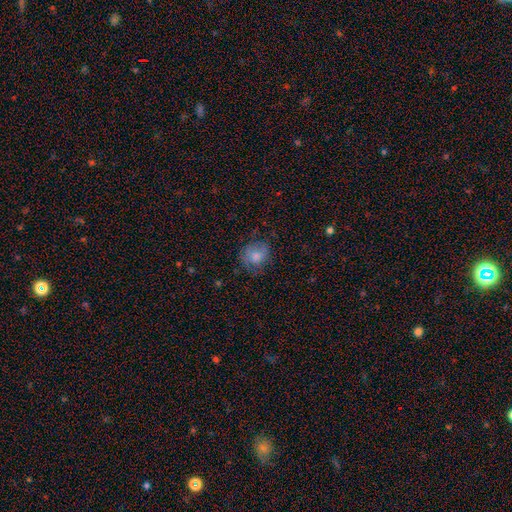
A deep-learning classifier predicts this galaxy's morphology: Smooth or featured: smooth — 74% (featured or disk — 16%)
How rounded: round — 70% (in between — 29%)
Merging: none — 64% (minor disturbance — 24%)